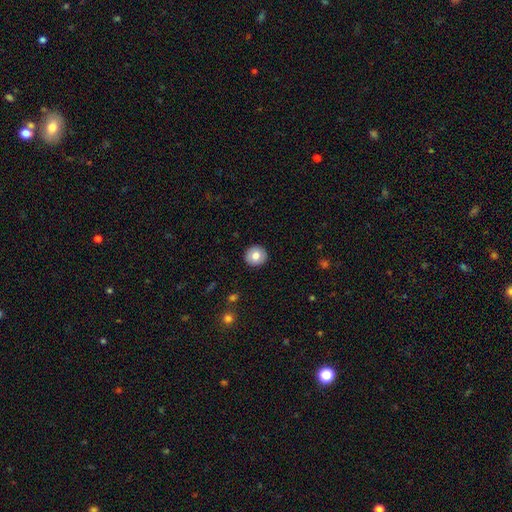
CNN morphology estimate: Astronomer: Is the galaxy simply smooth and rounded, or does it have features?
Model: smooth — 79%.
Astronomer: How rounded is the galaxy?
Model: round — 93%.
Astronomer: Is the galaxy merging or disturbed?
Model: none — 93%.